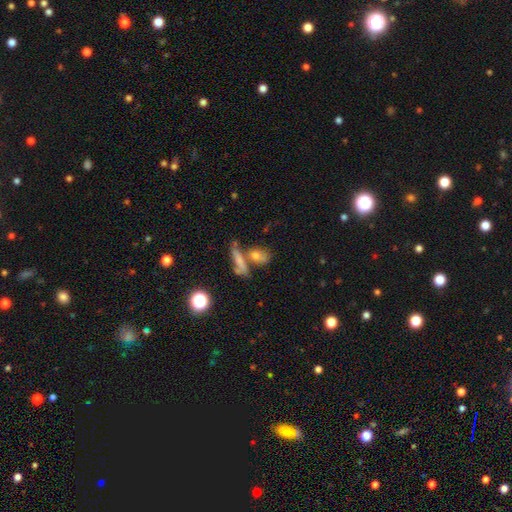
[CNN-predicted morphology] A smooth galaxy with no disk features (46%). Merging: none (46%).